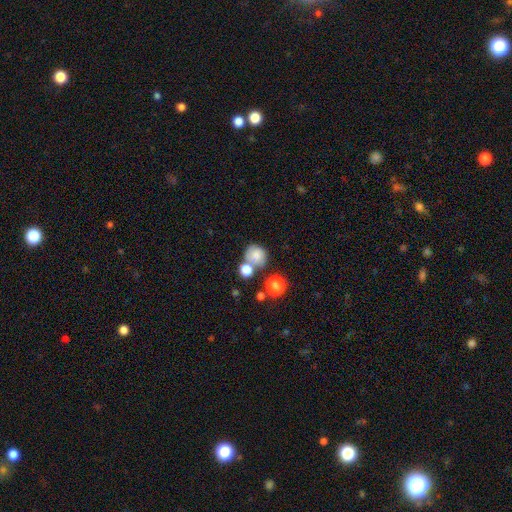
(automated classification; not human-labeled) Overall: smooth (75%). How rounded: round (76%). Merging: none (46%; merger 32%).